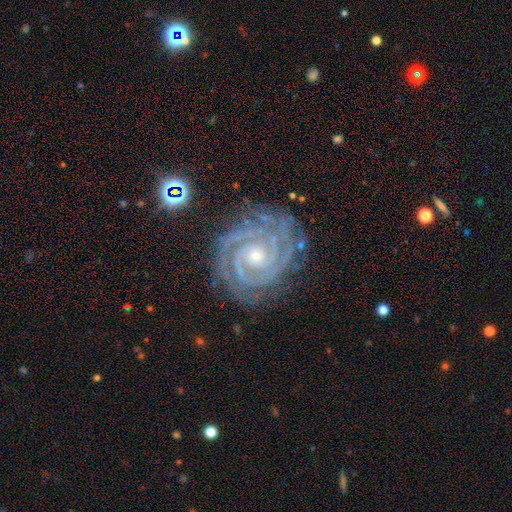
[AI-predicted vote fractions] Morphology: type=featured or disk (92%); edge-on=no (98%); bar=no (67%); spiral arms=yes (99%); winding=tight (86%); arm count=2 (47%); bulge=small (62%); merging=none (80%).